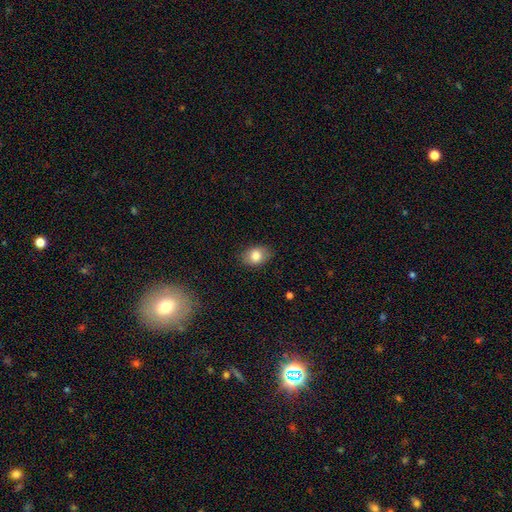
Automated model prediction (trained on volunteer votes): A smooth galaxy with no disk features (82%) that is in between round and cigar-shaped (74%).

Vote fractions:
- Smooth or featured? smooth: 82% / featured or disk: 10% / star or artifact: 8%
- How rounded? in between: 74% / round: 24% / cigar-shaped: 1%
- Merging? none: 85% / minor disturbance: 11% / major disturbance: 3% / merger: 1%